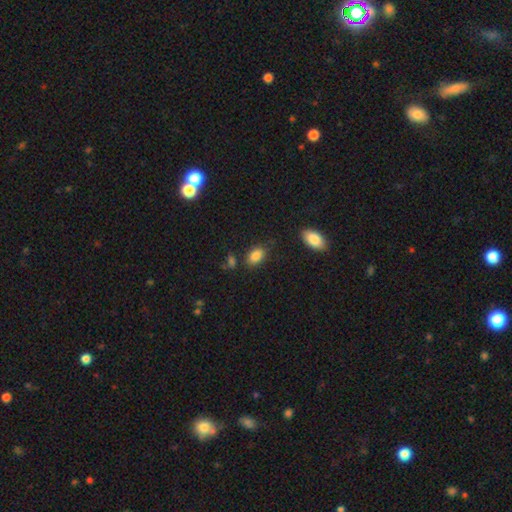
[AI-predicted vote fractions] Smooth or featured?
  - smooth: 86% *
  - star or artifact: 9%
  - featured or disk: 6%
How rounded?
  - in between: 88% *
  - round: 11%
  - cigar-shaped: 2%
Merging?
  - none: 75% *
  - minor disturbance: 16%
  - merger: 5%
  - major disturbance: 4%